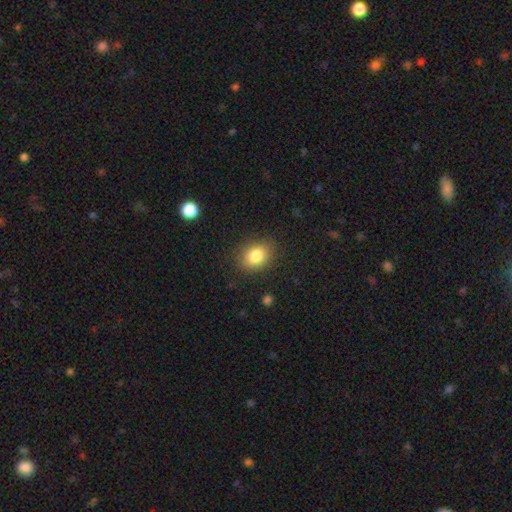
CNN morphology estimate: smooth-or-featured: smooth: 82% | star or artifact: 9% | featured or disk: 8%
  how-rounded: in between: 63% | round: 36% | cigar-shaped: 1%
  merging: none: 84% | minor disturbance: 11% | major disturbance: 3% | merger: 1%